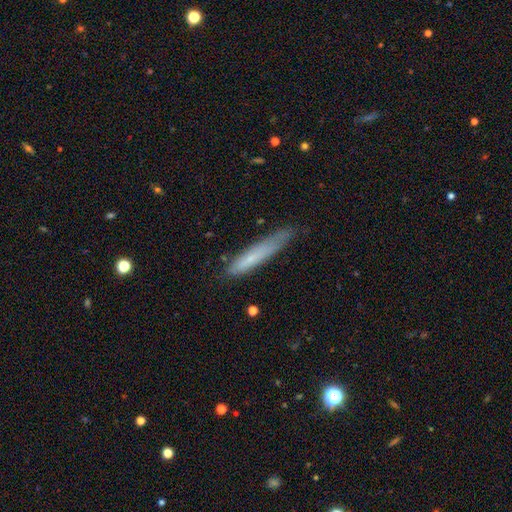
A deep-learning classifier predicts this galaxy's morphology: smooth_or_featured: smooth (p=0.61) [alt: featured or disk p=0.30]
how_rounded: cigar-shaped (p=0.92) [alt: in between p=0.07]
merging: none (p=0.73) [alt: minor disturbance p=0.21]